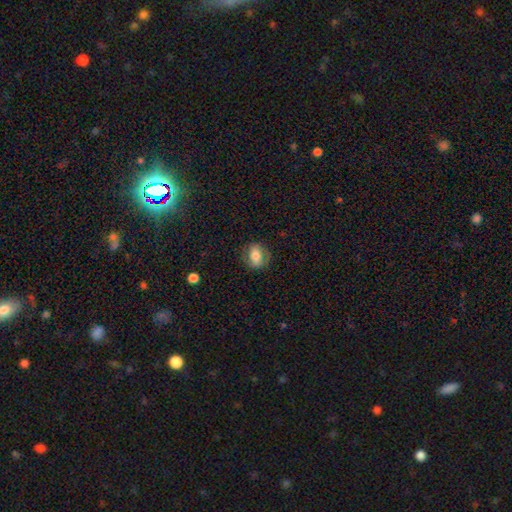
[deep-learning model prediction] Smooth or featured? smooth (63%)
How rounded? in between (56%)
Merging? none (78%)